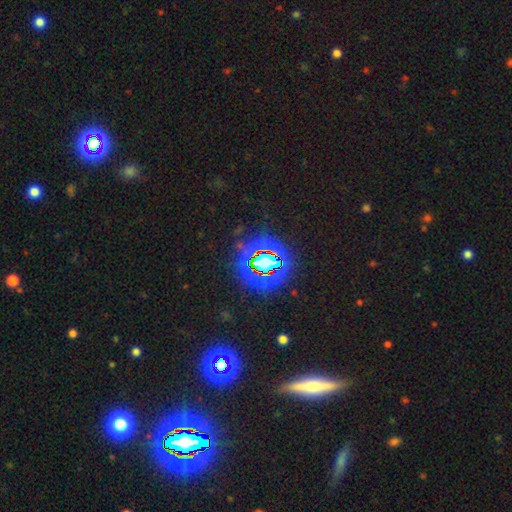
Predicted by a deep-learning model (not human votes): Overall: star or artifact (78%).